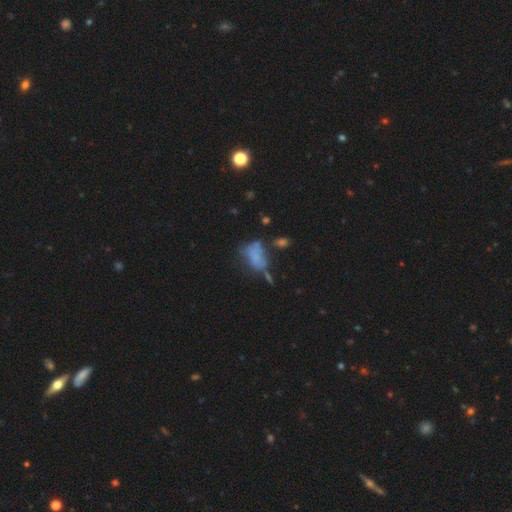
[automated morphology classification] Q: Smooth or featured?
A: smooth (57%); runner-up: featured or disk (29%)
Q: How rounded?
A: in between (82%); runner-up: round (15%)
Q: Merging?
A: none (29%); runner-up: major disturbance (28%)